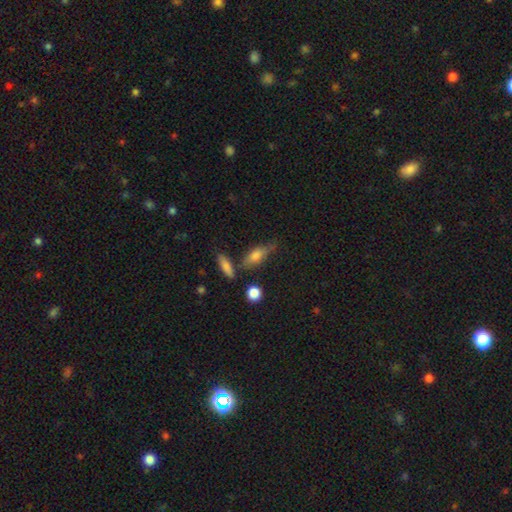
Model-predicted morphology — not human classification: smooth_or_featured: smooth (p=0.66) [alt: featured or disk p=0.26]
how_rounded: in between (p=0.61) [alt: cigar-shaped p=0.34]
merging: none (p=0.63) [alt: minor disturbance p=0.21]